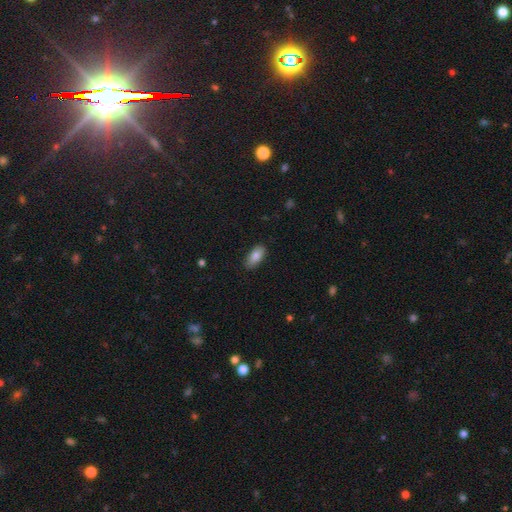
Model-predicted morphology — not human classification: type=smooth (83%); roundness=in between (87%); merging=none (83%).